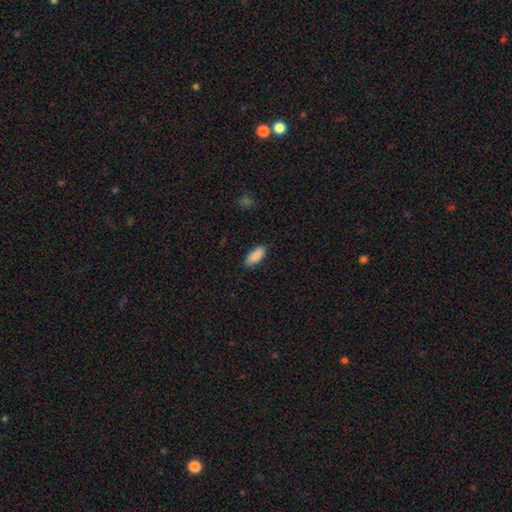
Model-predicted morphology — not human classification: Smooth or featured: smooth — 90% (star or artifact — 6%)
How rounded: in between — 84% (cigar-shaped — 14%)
Merging: none — 87% (minor disturbance — 10%)